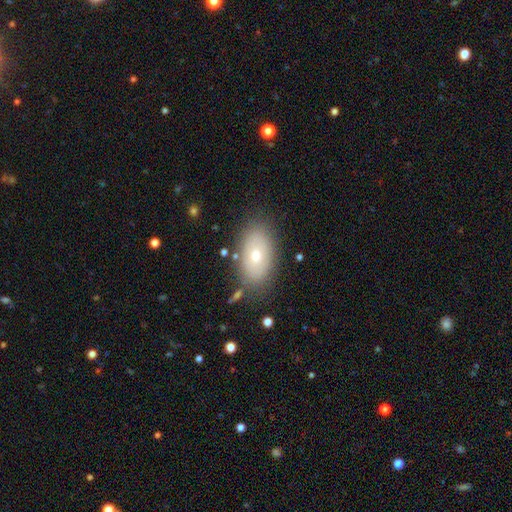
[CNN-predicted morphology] smooth_or_featured: smooth (p=0.67) [alt: featured or disk p=0.24]
how_rounded: in between (p=0.92) [alt: round p=0.06]
merging: none (p=0.80) [alt: minor disturbance p=0.13]